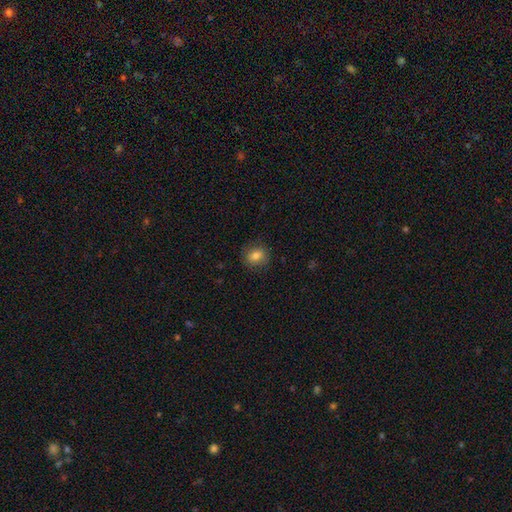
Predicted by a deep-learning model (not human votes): Smooth or featured: smooth — 81% (star or artifact — 10%)
How rounded: round — 70% (in between — 29%)
Merging: none — 86% (minor disturbance — 10%)